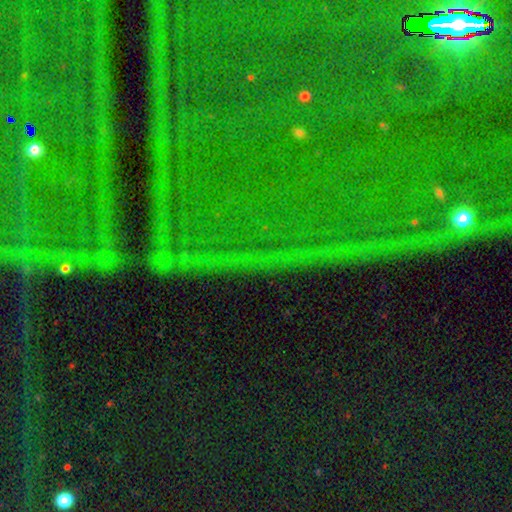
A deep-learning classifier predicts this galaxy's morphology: Smooth or featured?
  - star or artifact: 86% *
  - featured or disk: 8%
  - smooth: 6%